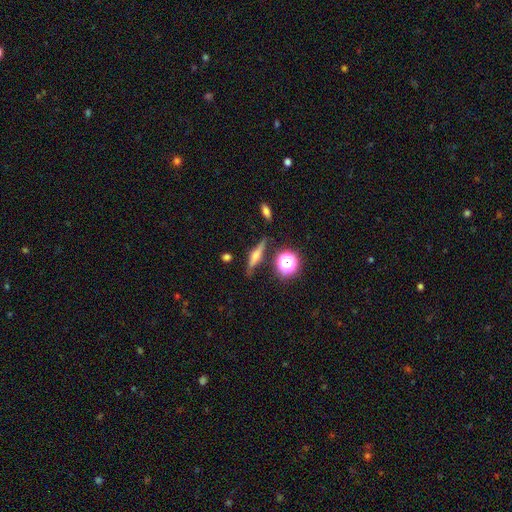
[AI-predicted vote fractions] smooth_or_featured: featured or disk (p=0.56) [alt: smooth p=0.30]
disk_edge_on: yes (p=0.92) [alt: no p=0.08]
edge_on_bulge: rounded (p=0.85) [alt: boxy p=0.08]
merging: none (p=0.80) [alt: minor disturbance p=0.13]